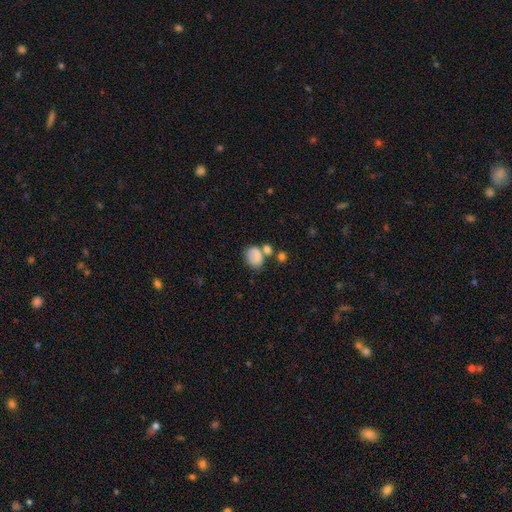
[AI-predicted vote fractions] Q: Smooth or featured?
A: smooth (75%); runner-up: featured or disk (15%)
Q: How rounded?
A: in between (54%); runner-up: round (45%)
Q: Merging?
A: none (45%); runner-up: merger (28%)